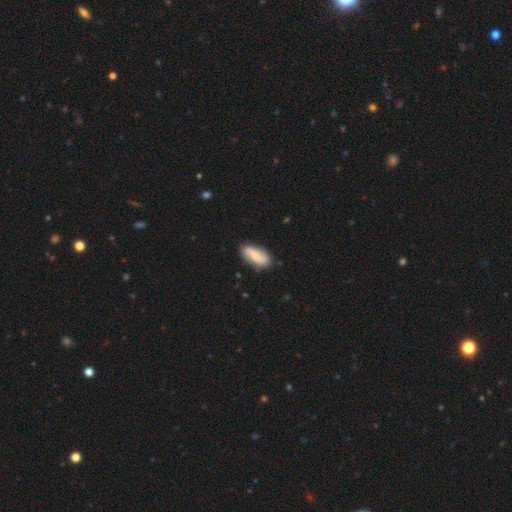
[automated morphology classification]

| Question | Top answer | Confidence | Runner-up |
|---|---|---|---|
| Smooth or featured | smooth | 68% | featured or disk (25%) |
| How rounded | in between | 81% | cigar-shaped (16%) |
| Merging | none | 76% | minor disturbance (18%) |